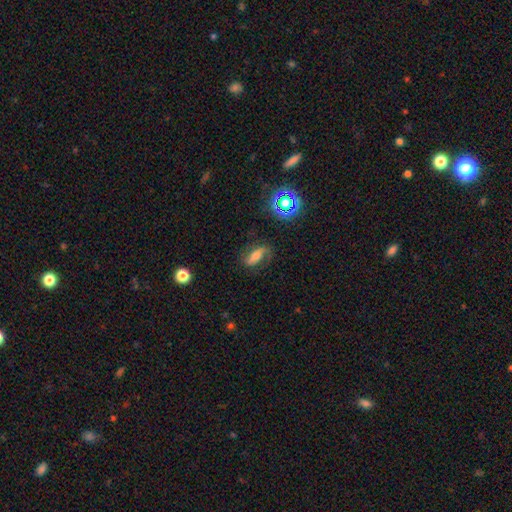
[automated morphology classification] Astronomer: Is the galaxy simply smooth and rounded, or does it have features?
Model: featured or disk — 49% (runner-up: smooth, 37%).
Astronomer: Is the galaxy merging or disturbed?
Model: none — 71%.